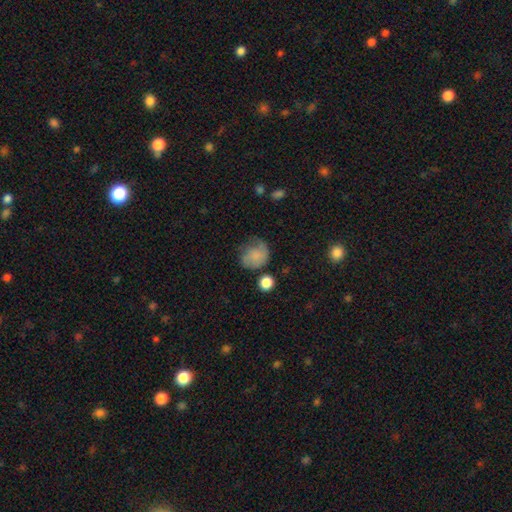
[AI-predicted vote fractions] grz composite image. It shows a smooth galaxy with no disk features (71%) that is round (64%). Merging: none (42%).